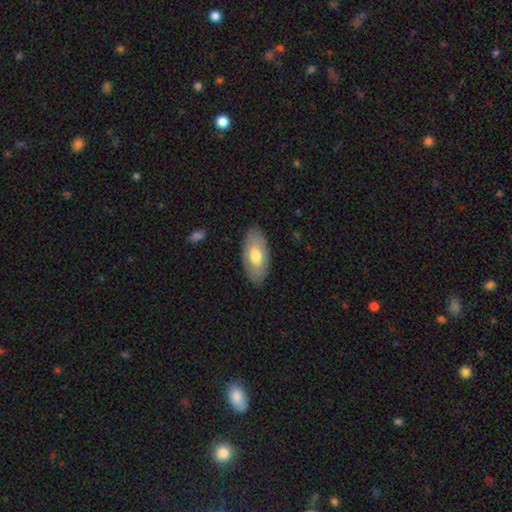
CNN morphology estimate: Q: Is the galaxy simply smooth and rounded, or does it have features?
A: smooth — 63%.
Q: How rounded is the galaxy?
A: in between — 93%.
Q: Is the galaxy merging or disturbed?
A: none — 84%.